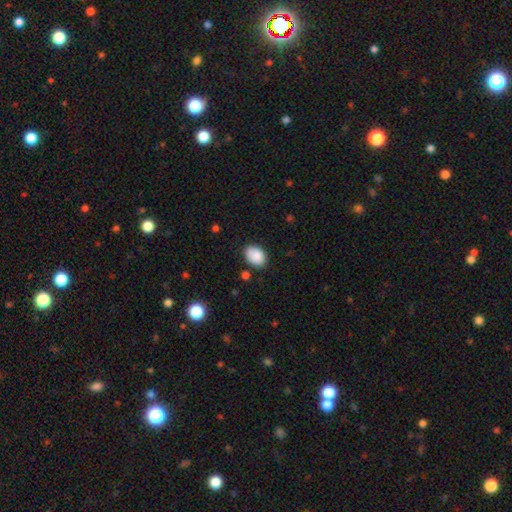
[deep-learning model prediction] A smooth galaxy with no disk features (87%) that is in between round and cigar-shaped (79%).

Vote fractions:
- Smooth or featured? smooth: 87% / star or artifact: 7% / featured or disk: 6%
- How rounded? in between: 79% / round: 20% / cigar-shaped: 1%
- Merging? none: 78% / minor disturbance: 16% / major disturbance: 3% / merger: 3%